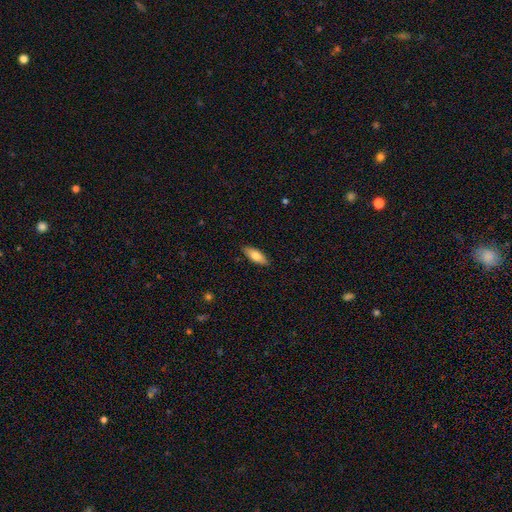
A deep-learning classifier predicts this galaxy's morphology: Smooth or featured? Predicted: smooth (p=0.77). How rounded? Predicted: in between (p=0.75). Merging? Predicted: none (p=0.88).